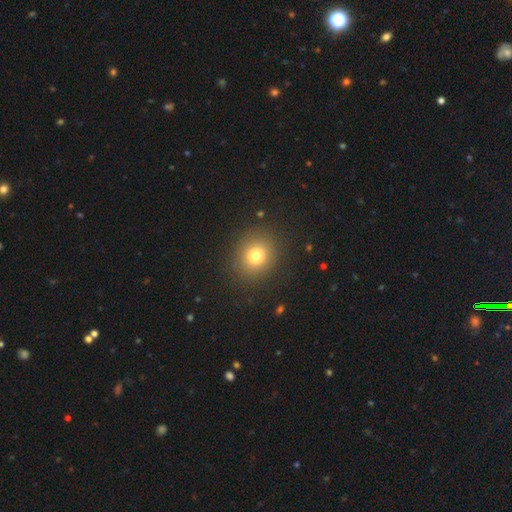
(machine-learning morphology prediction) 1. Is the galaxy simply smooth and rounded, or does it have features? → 74% smooth, 14% star or artifact, 12% featured or disk.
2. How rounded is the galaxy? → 78% round, 21% in between, 1% cigar-shaped.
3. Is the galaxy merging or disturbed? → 86% none, 9% minor disturbance, 4% major disturbance, 2% merger.